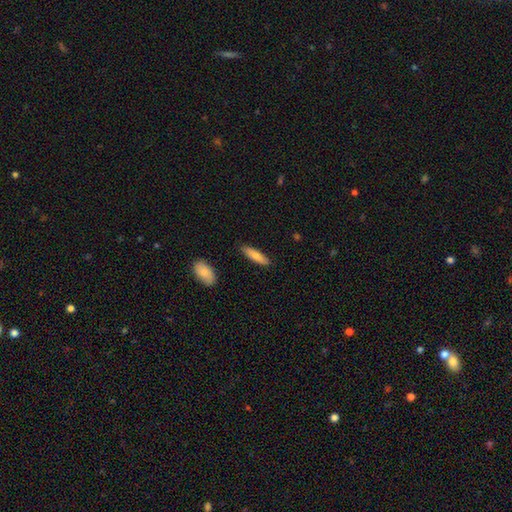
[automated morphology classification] This is likely a smooth galaxy (76%). How rounded: likely cigar-shaped (66%). Merging: clearly none (87%).